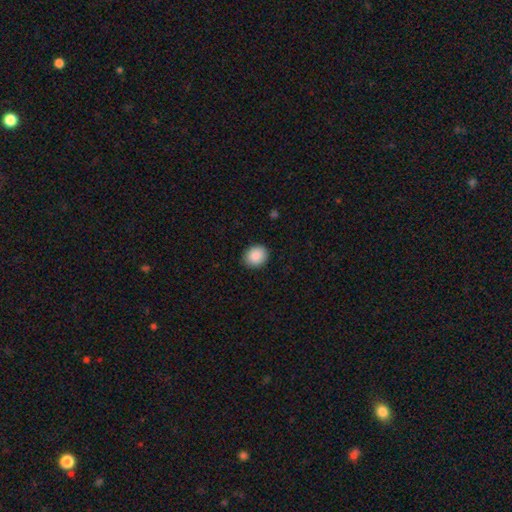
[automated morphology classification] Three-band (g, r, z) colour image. It shows a smooth galaxy with no disk features (89%) that is round (65%). Merging: none (88%).